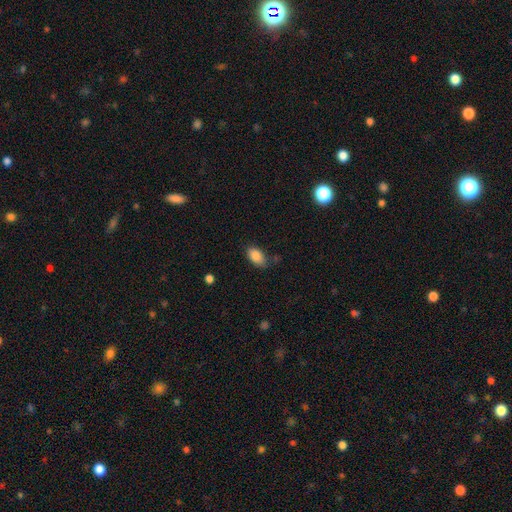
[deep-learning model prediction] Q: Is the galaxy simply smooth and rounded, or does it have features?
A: smooth — 87%.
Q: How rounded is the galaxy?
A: in between — 92%.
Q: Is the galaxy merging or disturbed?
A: none — 72%.